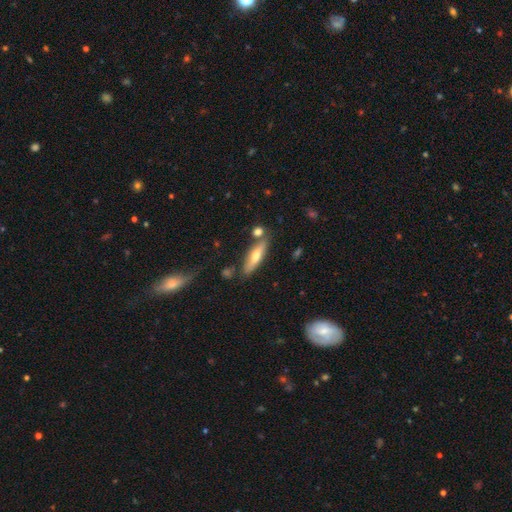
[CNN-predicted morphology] This is possibly a smooth galaxy (54%). How rounded: likely cigar-shaped (68%). Merging: likely none (75%).